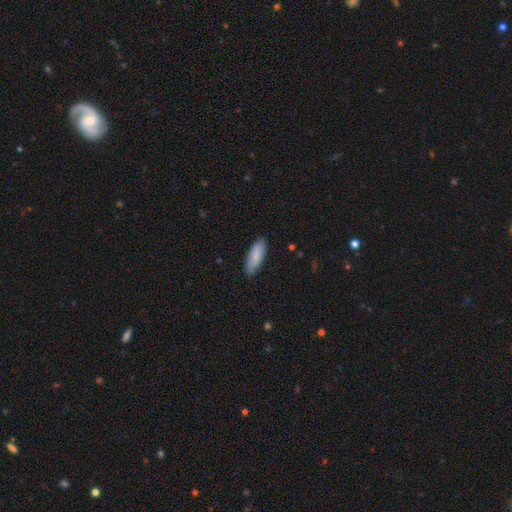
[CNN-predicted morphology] The model was most divided on "how rounded": in between: 66%, cigar-shaped: 33%, round: 2%. More confident: merging — none (85%); smooth or featured — smooth (83%).